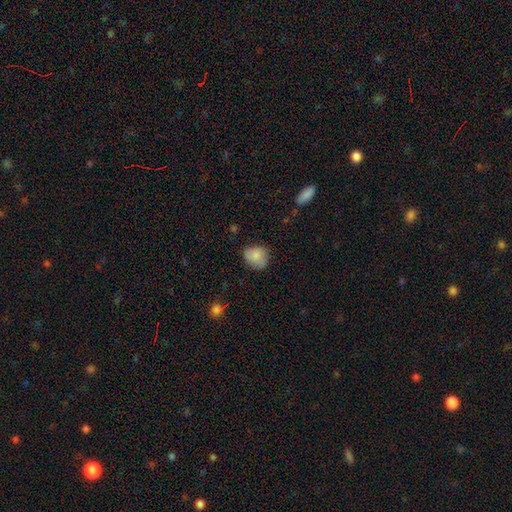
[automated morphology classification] The model was most divided on "how rounded": round: 62%, in between: 37%, cigar-shaped: 1%. More confident: smooth or featured — smooth (83%); merging — none (65%).